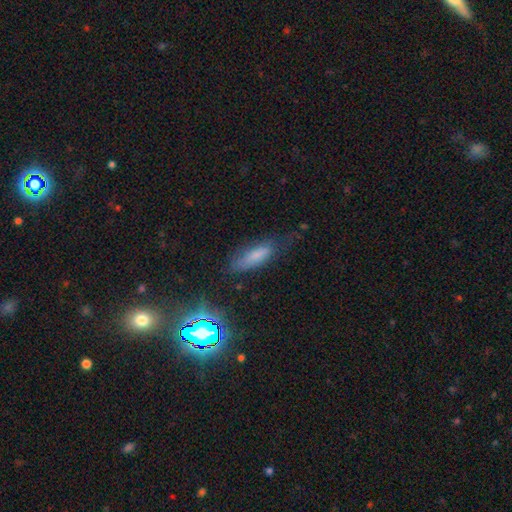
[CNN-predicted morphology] This appears to be a smooth galaxy with no disk features (66%) that is in between round and cigar-shaped (58%). Merging: none (59%).